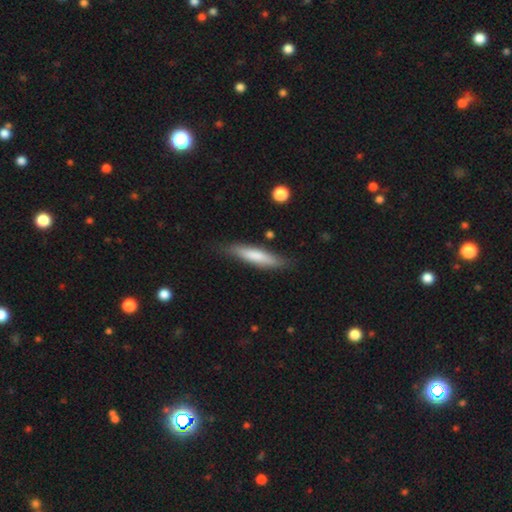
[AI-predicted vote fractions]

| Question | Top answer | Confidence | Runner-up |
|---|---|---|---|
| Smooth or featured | smooth | 72% | featured or disk (23%) |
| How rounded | cigar-shaped | 82% | in between (16%) |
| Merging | none | 78% | minor disturbance (17%) |